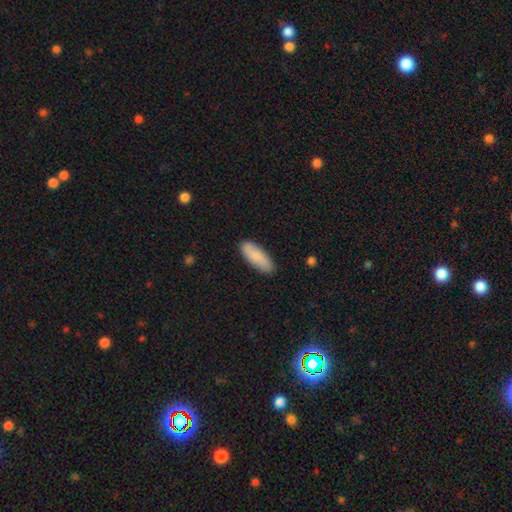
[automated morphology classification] Smooth or featured? smooth (83%)
How rounded? in between (66%)
Merging? none (87%)